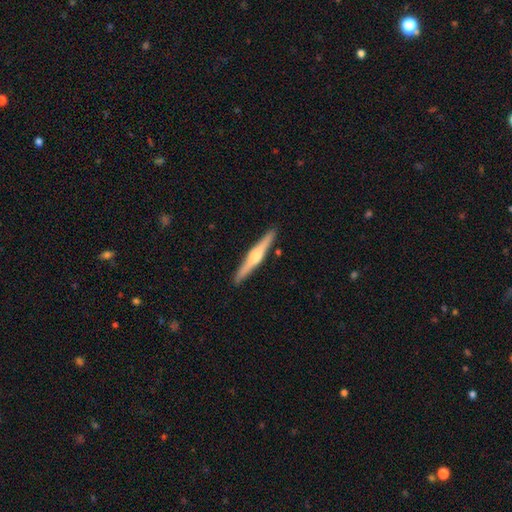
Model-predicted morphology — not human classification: The model was most divided on "smooth or featured": featured or disk: 70%, smooth: 25%, star or artifact: 5%. More confident: edge-on disk — yes (98%); merging — none (91%); edge-on bulge — rounded (85%).